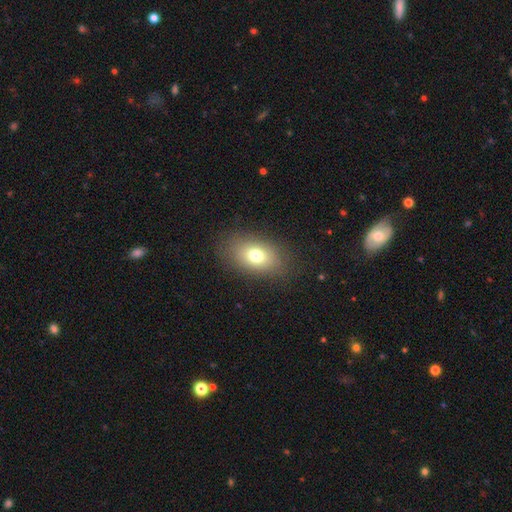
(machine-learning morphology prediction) This is likely a smooth galaxy (74%). How rounded: clearly in between (83%). Merging: clearly none (84%).